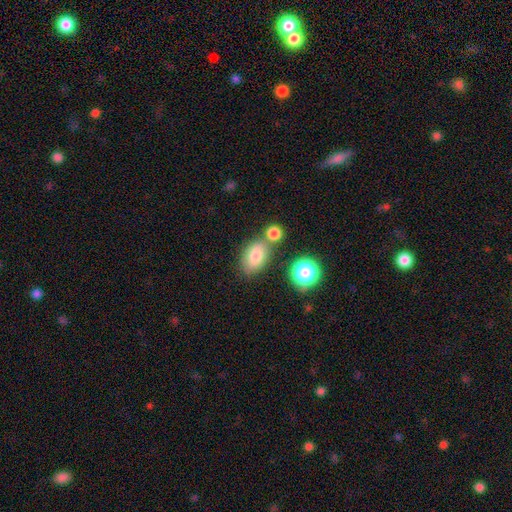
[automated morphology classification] type=smooth (80%); roundness=in between (85%); merging=none (62%).